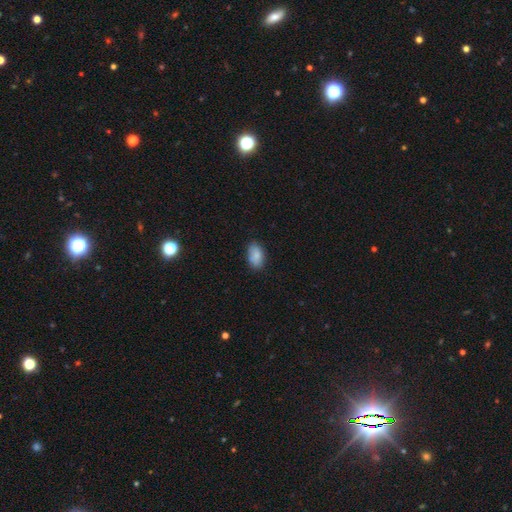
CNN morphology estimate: smooth_or_featured: smooth (p=0.84) [alt: featured or disk p=0.08]
how_rounded: in between (p=0.92) [alt: round p=0.06]
merging: none (p=0.77) [alt: minor disturbance p=0.18]